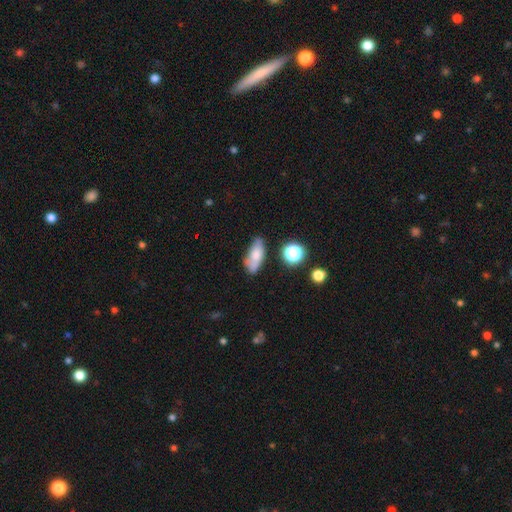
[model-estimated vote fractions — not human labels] This is likely a smooth galaxy (71%). How rounded: likely in between (76%). Merging: possibly none (56%).